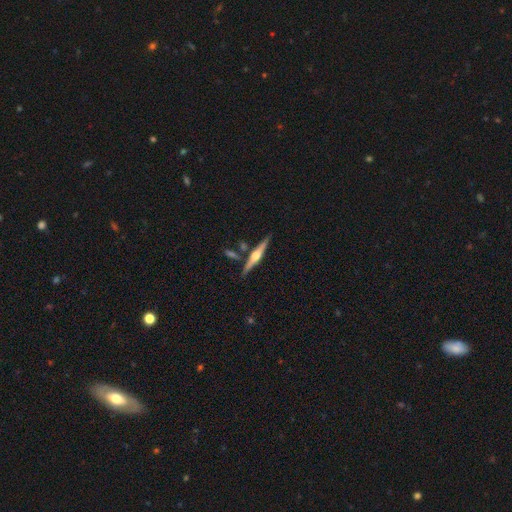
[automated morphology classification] The model was most divided on "smooth or featured": featured or disk: 78%, smooth: 17%, star or artifact: 6%. More confident: edge-on disk — yes (98%); edge-on bulge — rounded (93%); merging — none (81%).